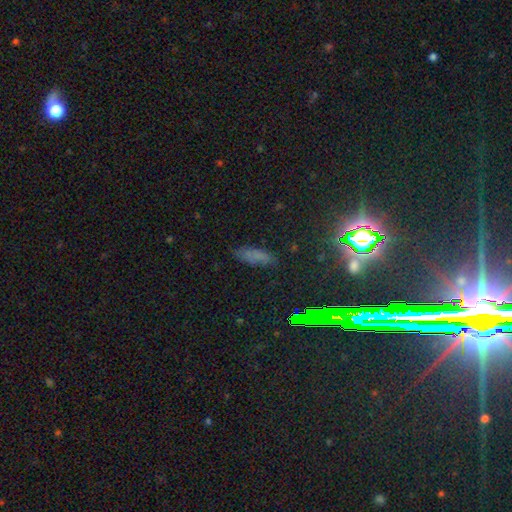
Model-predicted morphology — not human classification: A smooth galaxy with no disk features (58%) that is in between round and cigar-shaped (60%).

Vote fractions:
- Smooth or featured? smooth: 58% / star or artifact: 27% / featured or disk: 16%
- How rounded? in between: 60% / cigar-shaped: 36% / round: 4%
- Merging? none: 73% / minor disturbance: 18% / major disturbance: 6% / merger: 2%